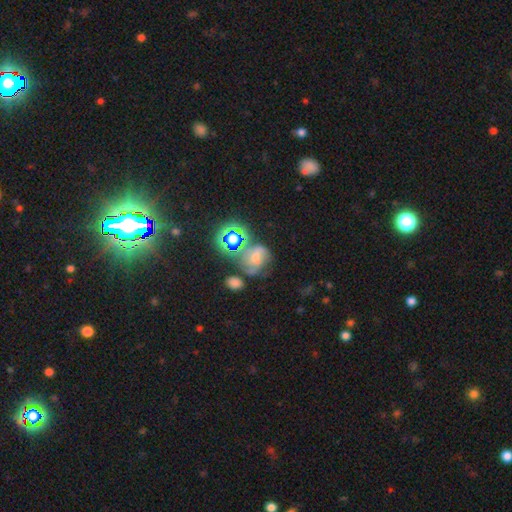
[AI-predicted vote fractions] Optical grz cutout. It shows a featured or disk galaxy (37%). Merging: none (42%).